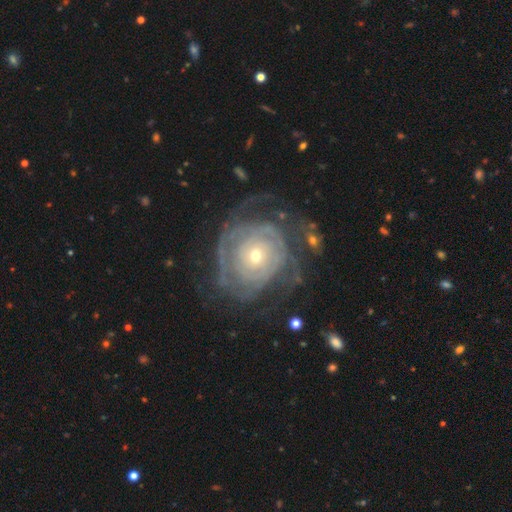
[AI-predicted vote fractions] Q: Smooth or featured?
A: featured or disk (84%); runner-up: smooth (10%)
Q: Edge-on disk?
A: no (97%); runner-up: yes (3%)
Q: Bar?
A: no (80%); runner-up: weak (15%)
Q: Spiral arms?
A: yes (87%); runner-up: no (13%)
Q: Spiral winding?
A: tight (76%); runner-up: medium (17%)
Q: Spiral arm count?
A: can't tell (46%); runner-up: 2 (16%)
Q: Bulge size?
A: small (62%); runner-up: moderate (34%)
Q: Merging?
A: none (60%); runner-up: major disturbance (20%)